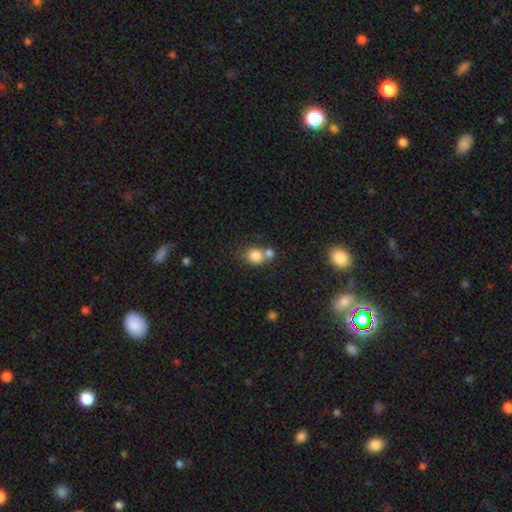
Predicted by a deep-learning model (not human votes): A smooth galaxy with no disk features (81%) that is round (72%). Merging: merger (44%).